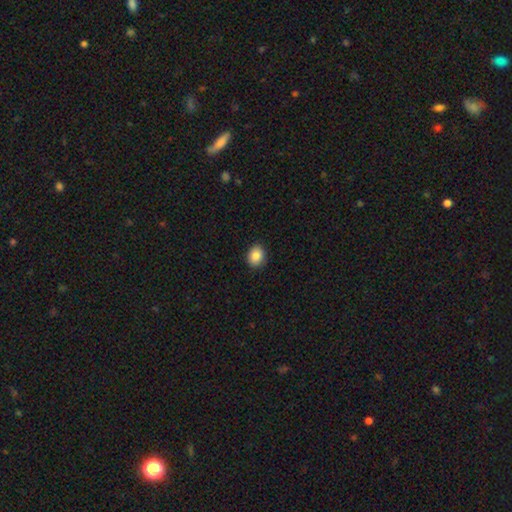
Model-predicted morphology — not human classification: Smooth or featured?
  - smooth: 86% *
  - star or artifact: 8%
  - featured or disk: 5%
How rounded?
  - round: 54% *
  - in between: 46%
  - cigar-shaped: 1%
Merging?
  - none: 90% *
  - minor disturbance: 7%
  - major disturbance: 2%
  - merger: 1%